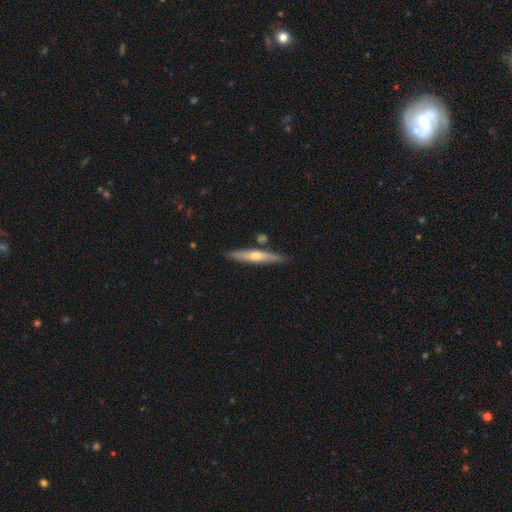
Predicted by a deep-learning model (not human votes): A featured or disk galaxy (55%) viewed edge-on (93%) with a rounded central bulge (86%).

Vote fractions:
- Smooth or featured? featured or disk: 55% / smooth: 39% / star or artifact: 6%
- Edge-on disk? yes: 93% / no: 7%
- Edge-on bulge? rounded: 86% / none: 11% / boxy: 3%
- Merging? none: 84% / minor disturbance: 9% / merger: 5% / major disturbance: 2%